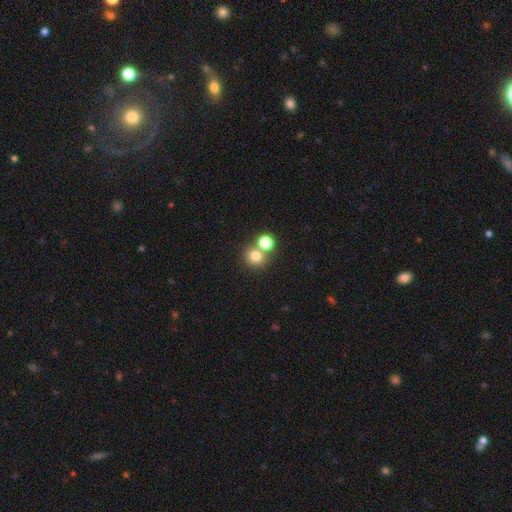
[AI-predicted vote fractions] smooth-or-featured: smooth: 77% | star or artifact: 15% | featured or disk: 8%
  how-rounded: round: 88% | in between: 11% | cigar-shaped: 1%
  merging: none: 59% | merger: 31% | minor disturbance: 6% | major disturbance: 3%